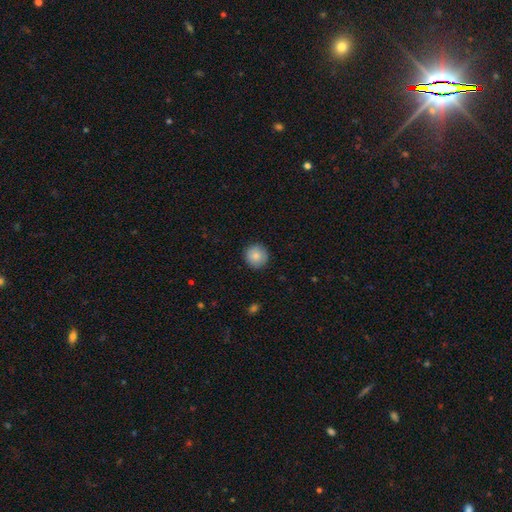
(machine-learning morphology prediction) The model was most divided on "smooth or featured": smooth: 86%, star or artifact: 8%, featured or disk: 7%. More confident: how rounded — round (94%); merging — none (90%).